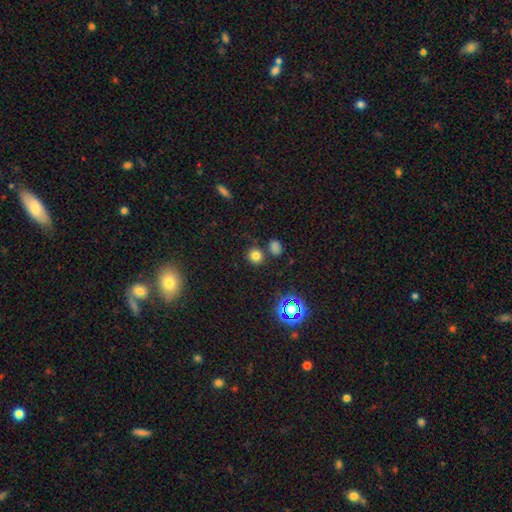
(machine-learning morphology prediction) A smooth galaxy with no disk features (75%) that is round (85%).

Vote fractions:
- Smooth or featured? smooth: 75% / star or artifact: 19% / featured or disk: 6%
- How rounded? round: 85% / in between: 14% / cigar-shaped: 1%
- Merging? none: 77% / merger: 10% / minor disturbance: 9% / major disturbance: 4%